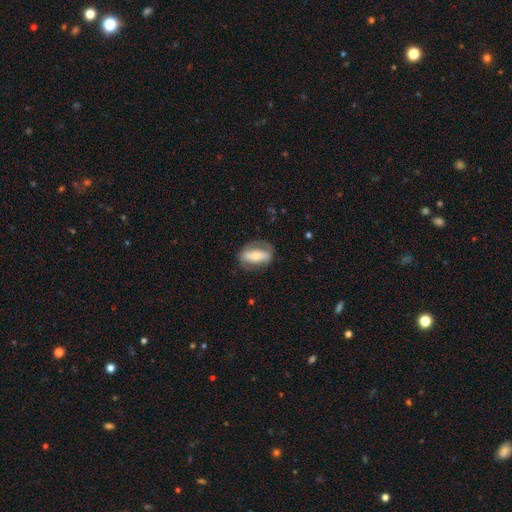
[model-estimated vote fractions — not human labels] smooth-or-featured: featured or disk: 52% | smooth: 42% | star or artifact: 6%
  disk-edge-on: no: 81% | yes: 19%
  merging: none: 71% | minor disturbance: 18% | major disturbance: 9% | merger: 1%